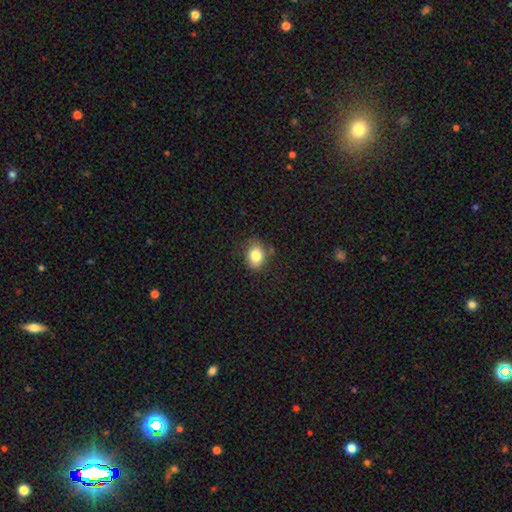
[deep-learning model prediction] A smooth galaxy with no disk features (81%) that is in between round and cigar-shaped (51%). Merging: none (74%).